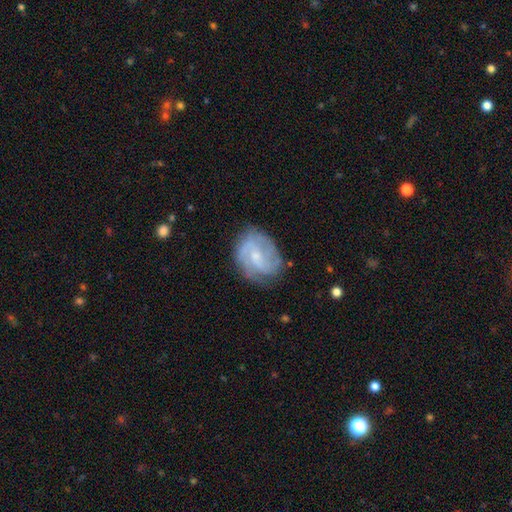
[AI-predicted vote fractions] This is likely a featured or disk galaxy (77%). It is clearly not viewed edge-on (98%). Bar: possibly weak (51%). Spiral arm pattern: clearly yes (93%). Spiral arm count: possibly 2 (47%). Spiral winding: possibly medium (45%). Central bulge: possibly small (57%). Merging: likely none (71%).